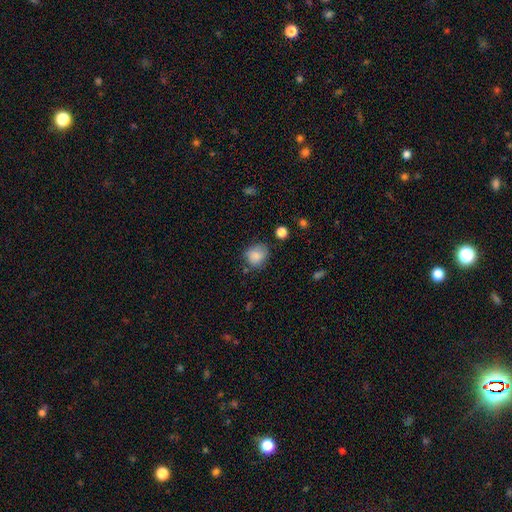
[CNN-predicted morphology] smooth-or-featured: smooth: 83% | star or artifact: 9% | featured or disk: 8%
  how-rounded: round: 71% | in between: 28% | cigar-shaped: 1%
  merging: none: 67% | minor disturbance: 23% | major disturbance: 6% | merger: 3%